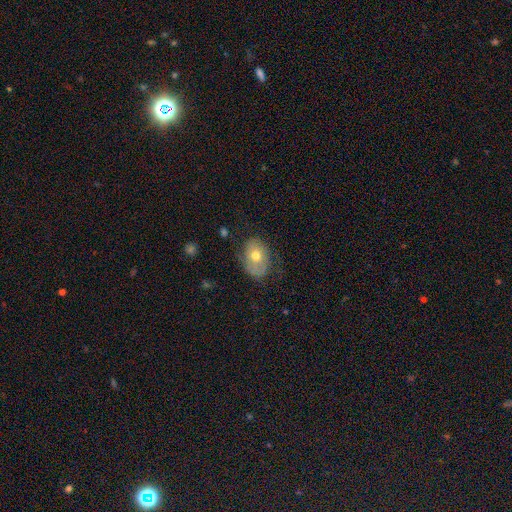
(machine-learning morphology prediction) Smooth or featured?
  - smooth: 61% *
  - featured or disk: 30%
  - star or artifact: 9%
How rounded?
  - in between: 74% *
  - round: 25%
  - cigar-shaped: 1%
Merging?
  - none: 65% *
  - minor disturbance: 25%
  - major disturbance: 9%
  - merger: 2%